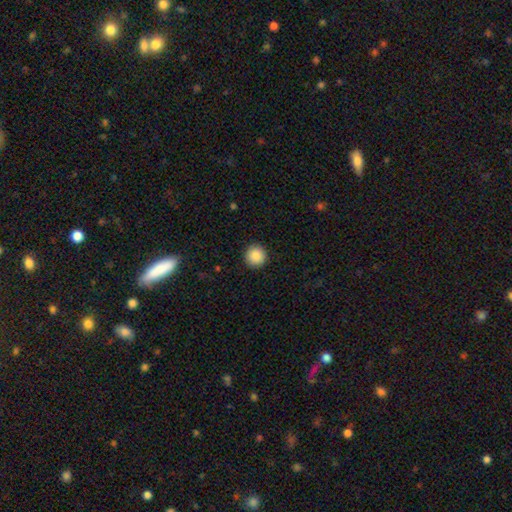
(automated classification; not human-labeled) Overall: smooth (89%). How rounded: round (95%). Merging: none (92%).